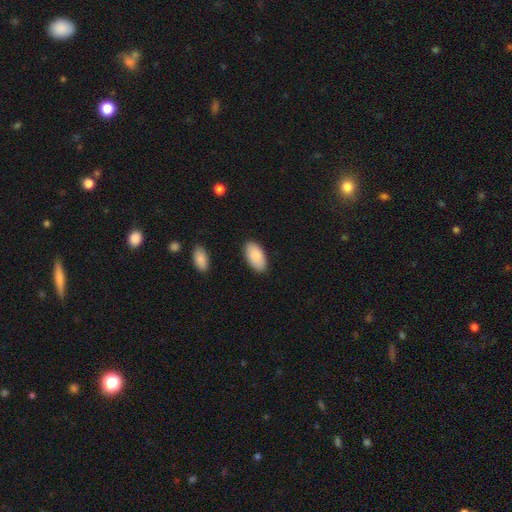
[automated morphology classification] This is clearly a smooth galaxy (86%). How rounded: clearly in between (96%). Merging: clearly none (86%).